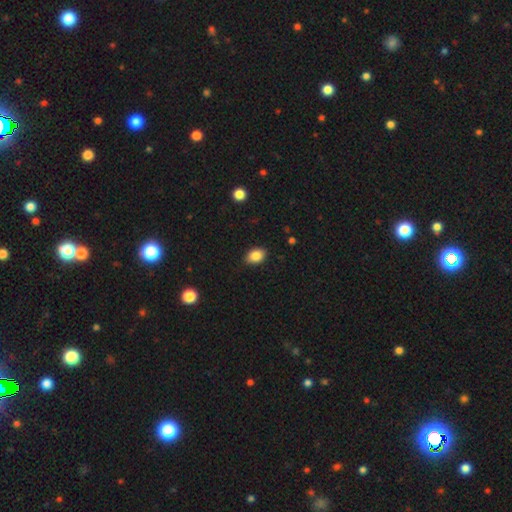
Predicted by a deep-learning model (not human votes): smooth 86%, star or artifact 8%, featured or disk 6%. Down the decision tree: how rounded — in between (81%); merging — none (87%).